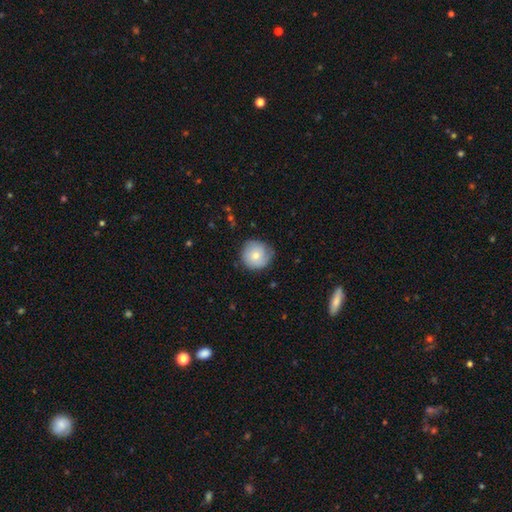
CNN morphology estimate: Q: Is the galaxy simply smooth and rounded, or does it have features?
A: smooth — 70%.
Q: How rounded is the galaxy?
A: round — 93%.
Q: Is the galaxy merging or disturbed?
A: none — 74%.